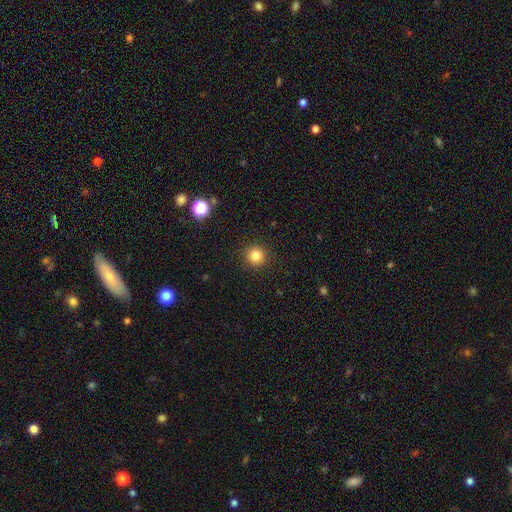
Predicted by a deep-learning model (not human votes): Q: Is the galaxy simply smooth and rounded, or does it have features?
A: smooth — 82%.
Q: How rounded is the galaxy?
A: round — 95%.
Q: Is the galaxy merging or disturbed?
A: none — 92%.